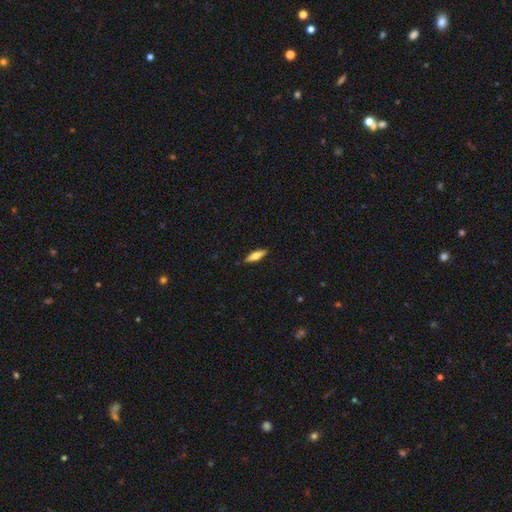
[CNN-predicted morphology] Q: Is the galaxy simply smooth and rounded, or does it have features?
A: smooth — 61%.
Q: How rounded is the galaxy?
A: cigar-shaped — 64%.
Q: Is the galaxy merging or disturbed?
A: none — 90%.